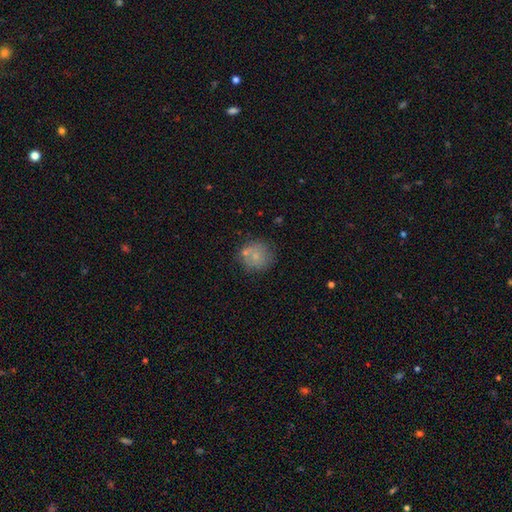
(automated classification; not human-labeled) Overall: smooth (68%). How rounded: round (88%). Merging: none (64%).